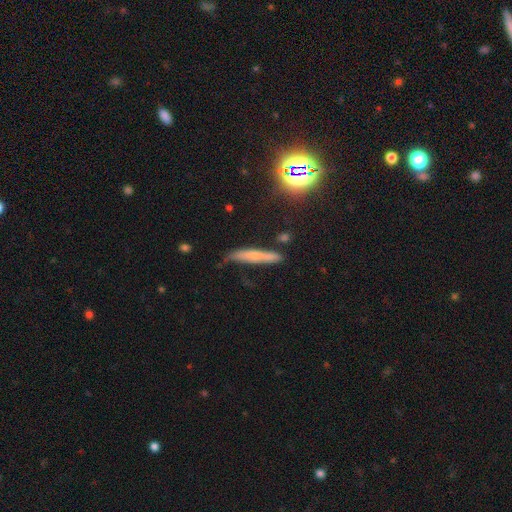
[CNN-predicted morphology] Smooth or featured? Predicted: smooth (p=0.52). How rounded? Predicted: cigar-shaped (p=0.89). Merging? Predicted: none (p=0.63).